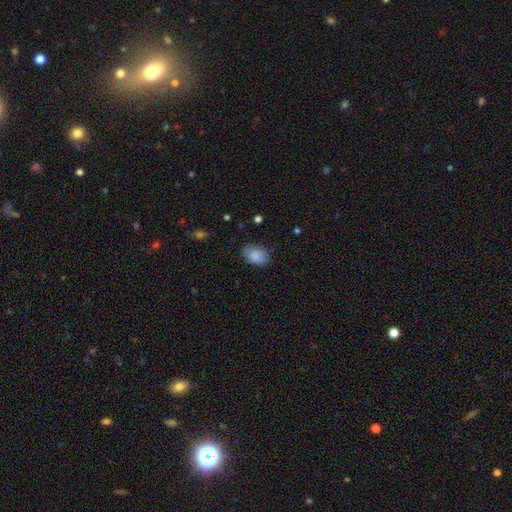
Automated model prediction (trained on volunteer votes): Q: Smooth or featured?
A: smooth (86%); runner-up: star or artifact (7%)
Q: How rounded?
A: in between (86%); runner-up: round (13%)
Q: Merging?
A: none (80%); runner-up: minor disturbance (15%)